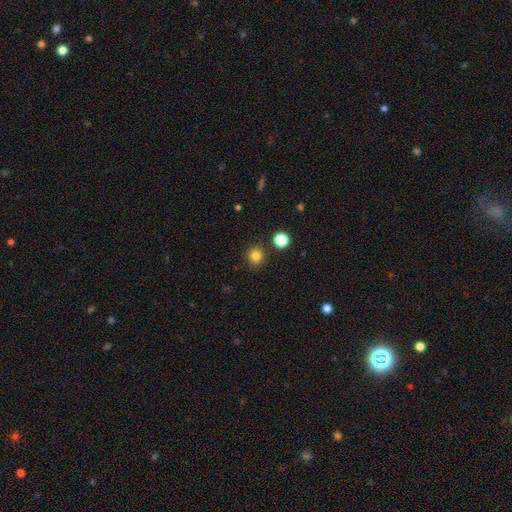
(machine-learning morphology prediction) smooth 82%, star or artifact 13%, featured or disk 5%. Down the decision tree: how rounded — round (89%); merging — none (88%).